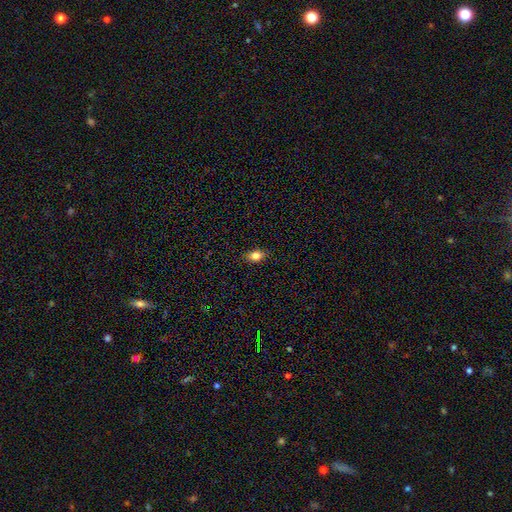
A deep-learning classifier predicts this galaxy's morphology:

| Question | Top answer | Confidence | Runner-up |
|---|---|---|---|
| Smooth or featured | smooth | 81% | star or artifact (10%) |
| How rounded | in between | 78% | round (19%) |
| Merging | none | 88% | minor disturbance (9%) |